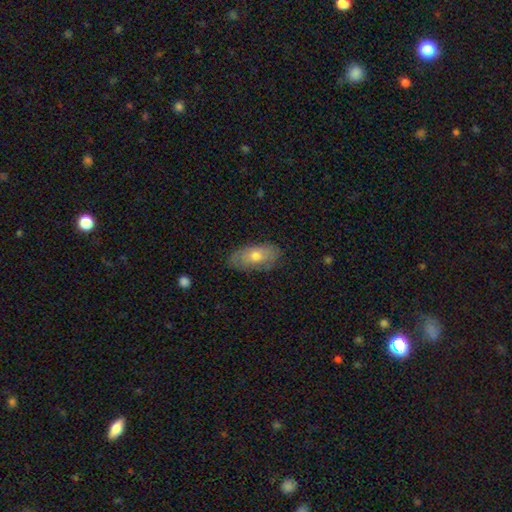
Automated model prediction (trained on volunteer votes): A smooth galaxy with no disk features (61%) that is in between round and cigar-shaped (89%). Merging: none (77%).